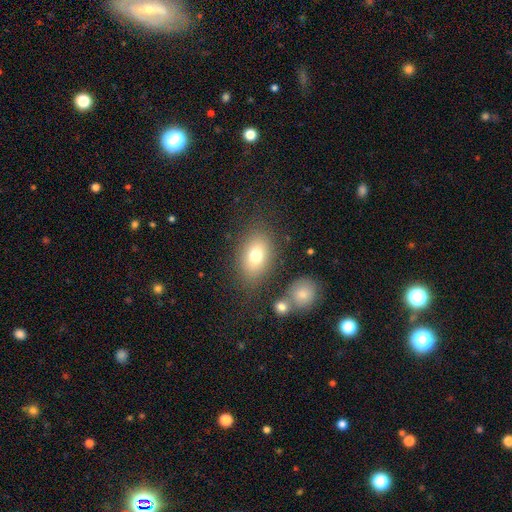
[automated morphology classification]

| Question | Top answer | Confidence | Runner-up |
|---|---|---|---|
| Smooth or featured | smooth | 75% | featured or disk (15%) |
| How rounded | in between | 81% | round (17%) |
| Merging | none | 76% | minor disturbance (13%) |